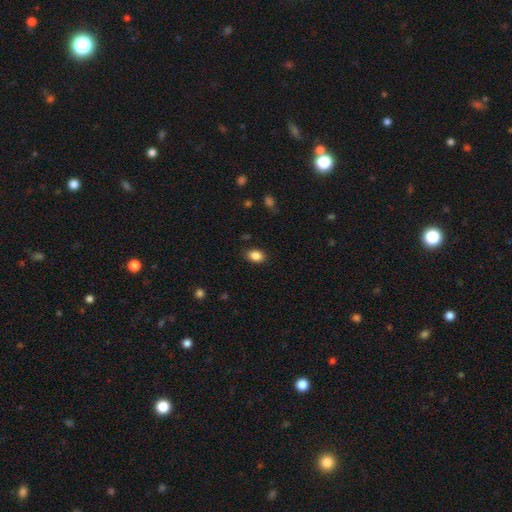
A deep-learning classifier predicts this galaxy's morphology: Smooth or featured? Predicted: smooth (p=0.87). How rounded? Predicted: in between (p=0.80). Merging? Predicted: none (p=0.86).